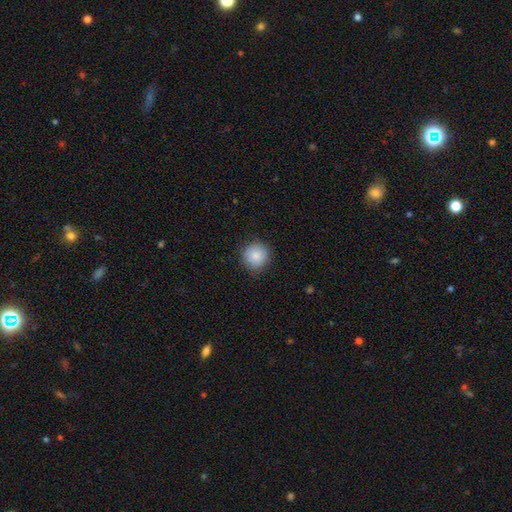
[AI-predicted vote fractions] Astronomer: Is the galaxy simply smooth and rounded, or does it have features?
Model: smooth — 85%.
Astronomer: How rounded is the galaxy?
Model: round — 94%.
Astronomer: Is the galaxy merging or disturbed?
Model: none — 87%.